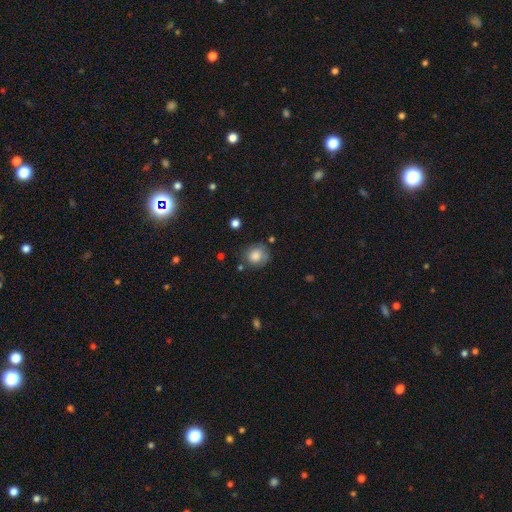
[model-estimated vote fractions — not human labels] Overall: smooth (77%). How rounded: round (79%). Merging: none (66%).